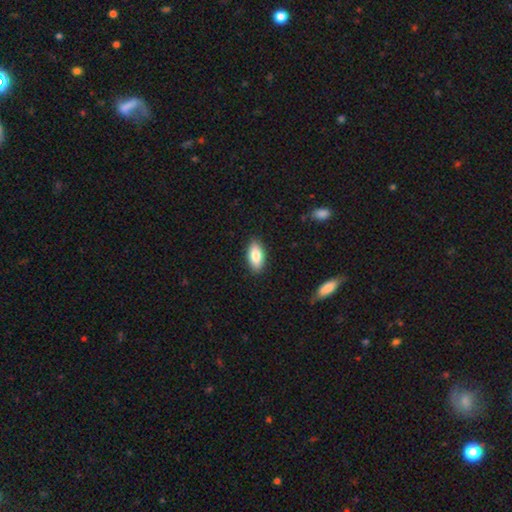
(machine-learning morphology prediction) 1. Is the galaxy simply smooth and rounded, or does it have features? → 83% smooth, 10% featured or disk, 6% star or artifact.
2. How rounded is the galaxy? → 90% in between, 7% cigar-shaped, 3% round.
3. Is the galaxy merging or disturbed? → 89% none, 8% minor disturbance, 2% major disturbance, 1% merger.